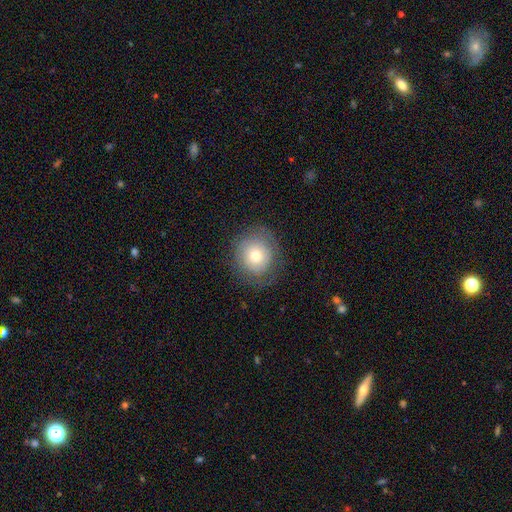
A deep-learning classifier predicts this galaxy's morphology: Smooth or featured? Predicted: smooth (p=0.66). How rounded? Predicted: round (p=0.81). Merging? Predicted: none (p=0.75).